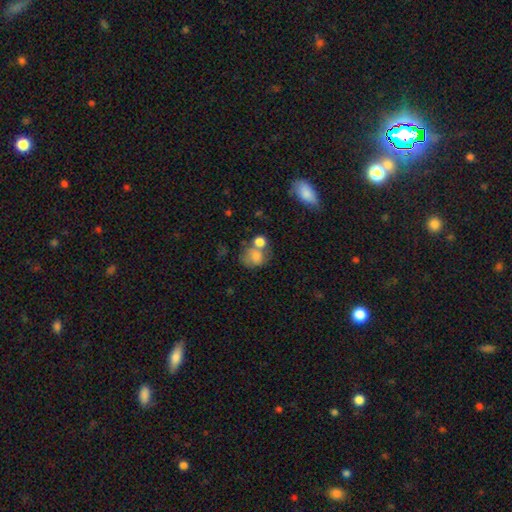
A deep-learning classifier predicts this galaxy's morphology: smooth 71%, featured or disk 18%, star or artifact 11%. Down the decision tree: how rounded — round (63%); merging — merger (39%).